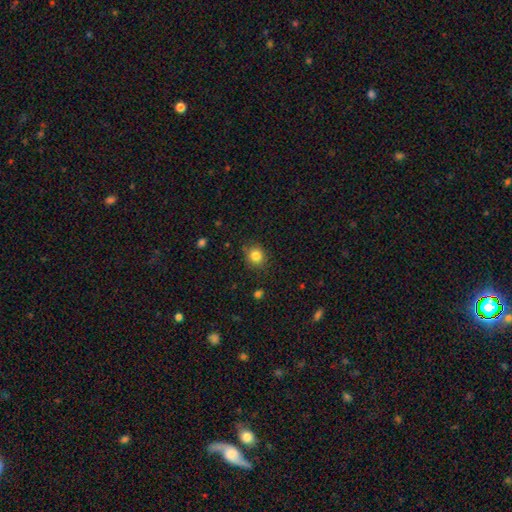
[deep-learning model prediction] This appears to be a smooth galaxy with no disk features (83%) that is round (81%). Merging: none (84%).